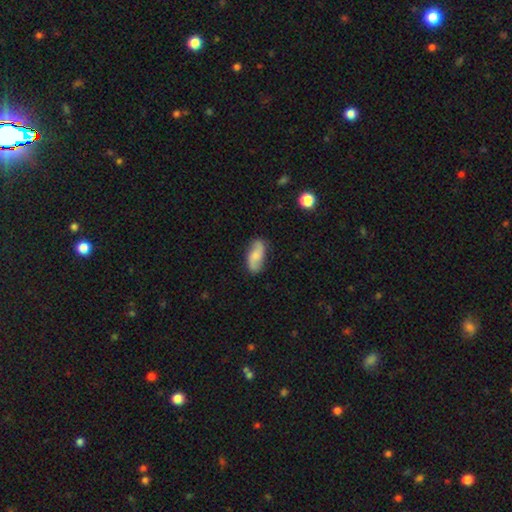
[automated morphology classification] A featured or disk galaxy (58%) with no bar (60%), 2 (91%) loose (66%) spiral arms (92%) and a small central bulge (44%). Merging: none (81%).